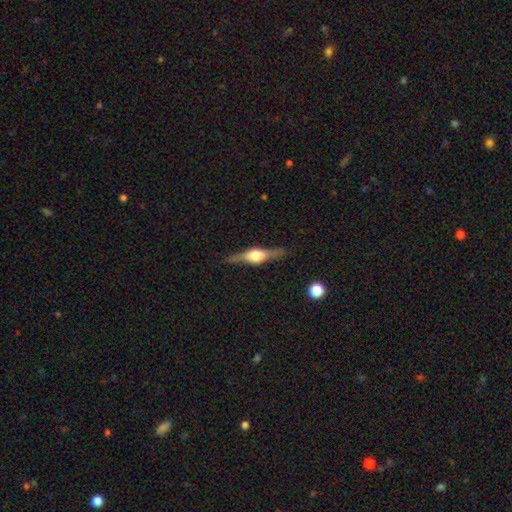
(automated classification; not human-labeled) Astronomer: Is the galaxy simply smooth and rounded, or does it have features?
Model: featured or disk — 76%.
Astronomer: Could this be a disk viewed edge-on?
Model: yes — 97%.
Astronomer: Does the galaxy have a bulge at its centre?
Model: rounded — 90%.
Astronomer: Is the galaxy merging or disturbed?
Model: none — 86%.